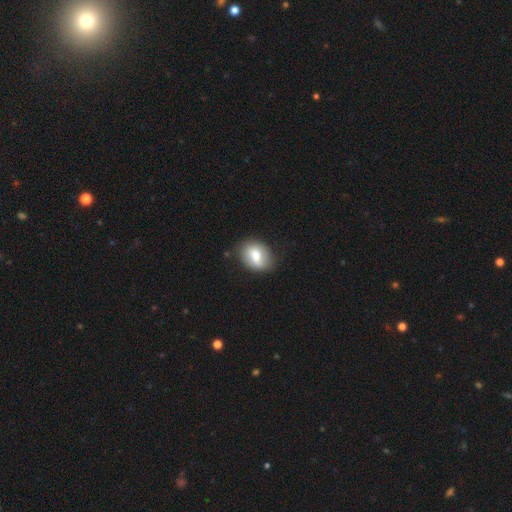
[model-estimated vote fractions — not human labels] A smooth galaxy with no disk features (72%) that is in between round and cigar-shaped (69%).

Vote fractions:
- Smooth or featured? smooth: 72% / featured or disk: 21% / star or artifact: 7%
- How rounded? in between: 69% / round: 29% / cigar-shaped: 1%
- Merging? none: 79% / minor disturbance: 15% / major disturbance: 3% / merger: 2%